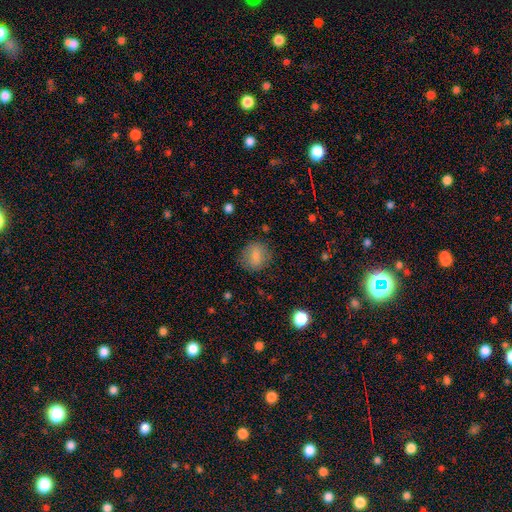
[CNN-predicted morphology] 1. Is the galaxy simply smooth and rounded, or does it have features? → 79% smooth, 12% featured or disk, 9% star or artifact.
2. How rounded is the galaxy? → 75% round, 24% in between, 1% cigar-shaped.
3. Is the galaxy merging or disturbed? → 81% none, 13% minor disturbance, 5% major disturbance, 1% merger.